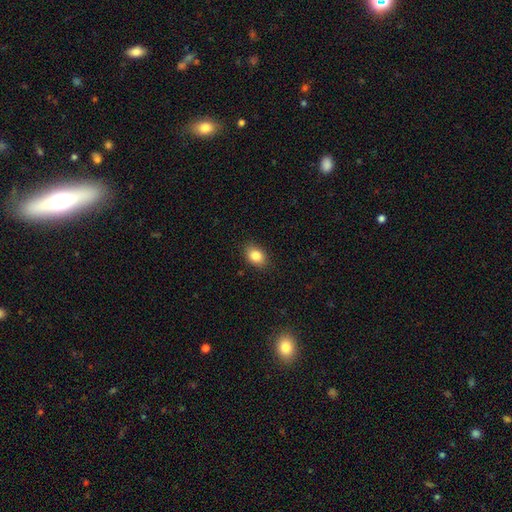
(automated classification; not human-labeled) Morphology: type=smooth (85%); roundness=in between (77%); merging=none (88%).